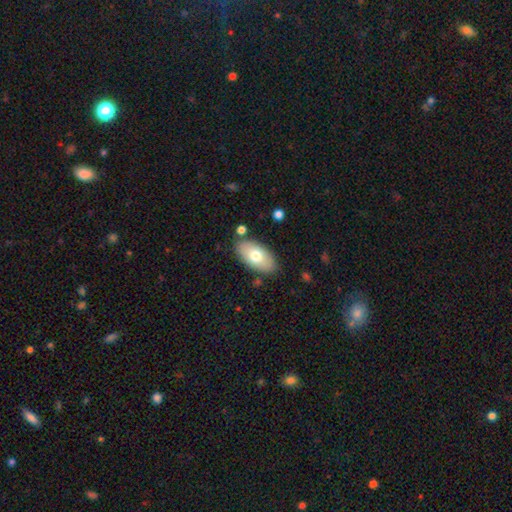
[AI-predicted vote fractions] This is likely a smooth galaxy (71%). How rounded: clearly in between (93%). Merging: clearly none (83%).